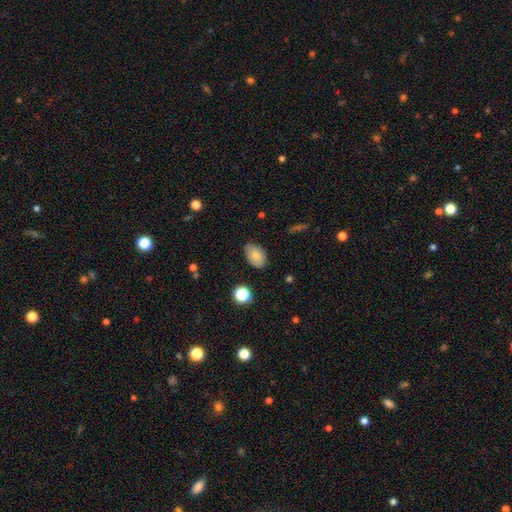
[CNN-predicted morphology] This is likely a smooth galaxy (79%). How rounded: clearly in between (88%). Merging: likely none (74%).